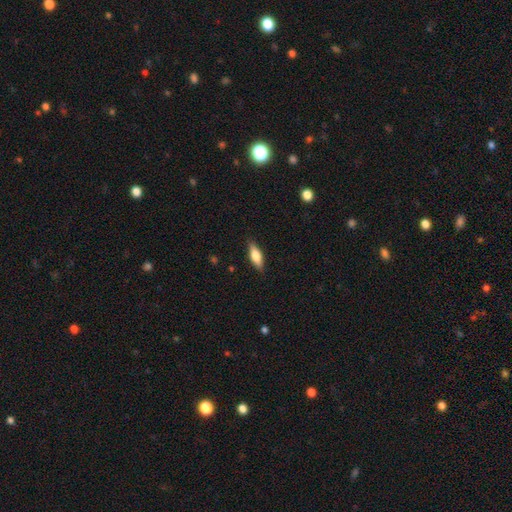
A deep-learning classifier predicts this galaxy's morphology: Smooth or featured? Predicted: smooth (p=0.68). How rounded? Predicted: in between (p=0.60). Merging? Predicted: none (p=0.86).